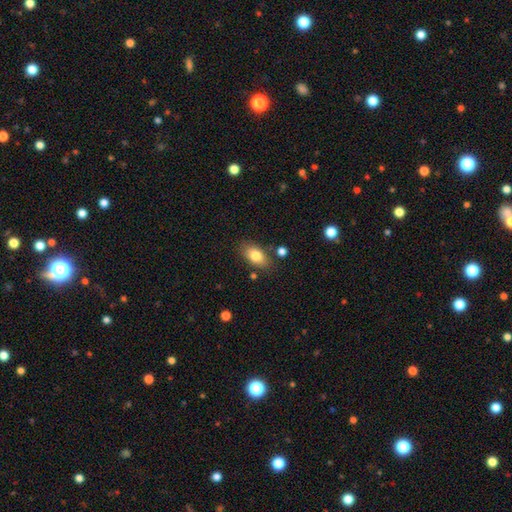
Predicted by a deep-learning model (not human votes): smooth 80%, featured or disk 12%, star or artifact 8%. Down the decision tree: how rounded — in between (89%); merging — none (80%).